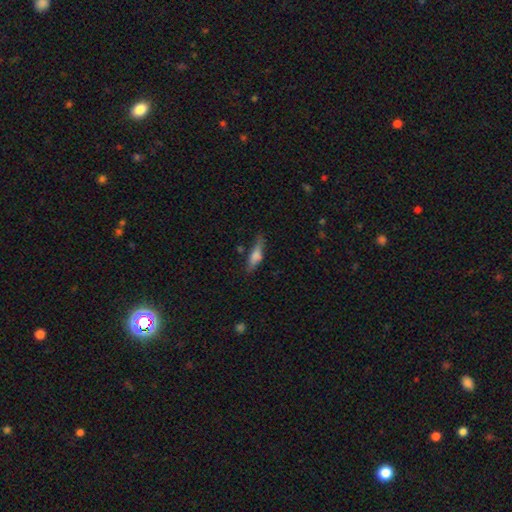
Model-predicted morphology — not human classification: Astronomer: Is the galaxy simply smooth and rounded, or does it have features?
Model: smooth — 67%.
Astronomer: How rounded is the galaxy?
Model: cigar-shaped — 62%.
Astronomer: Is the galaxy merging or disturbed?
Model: none — 63%.